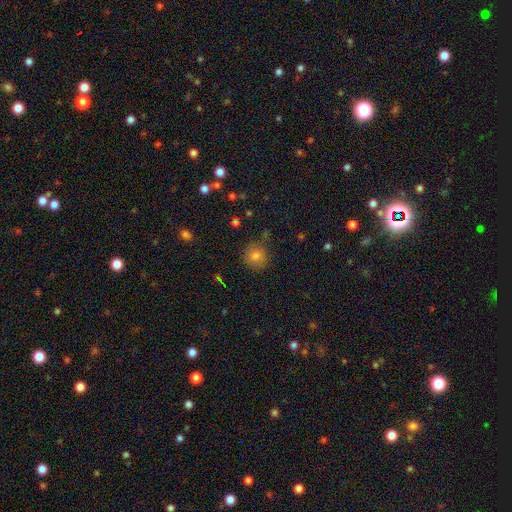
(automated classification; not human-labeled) Smooth or featured? Predicted: smooth (p=0.78). How rounded? Predicted: round (p=0.92). Merging? Predicted: none (p=0.84).